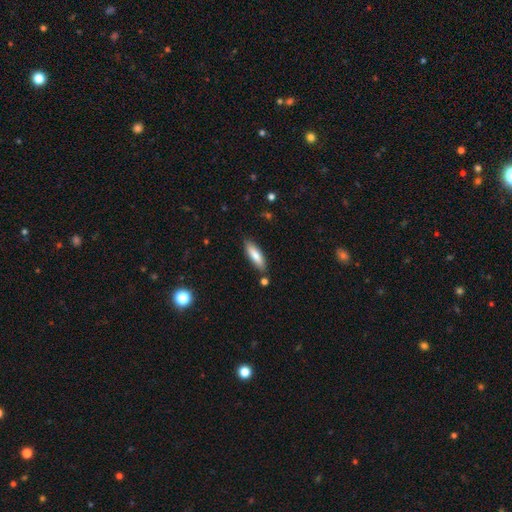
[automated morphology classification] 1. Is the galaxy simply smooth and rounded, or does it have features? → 79% smooth, 15% featured or disk, 6% star or artifact.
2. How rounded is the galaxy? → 55% cigar-shaped, 44% in between, 2% round.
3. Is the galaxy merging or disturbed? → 83% none, 11% minor disturbance, 3% merger, 2% major disturbance.